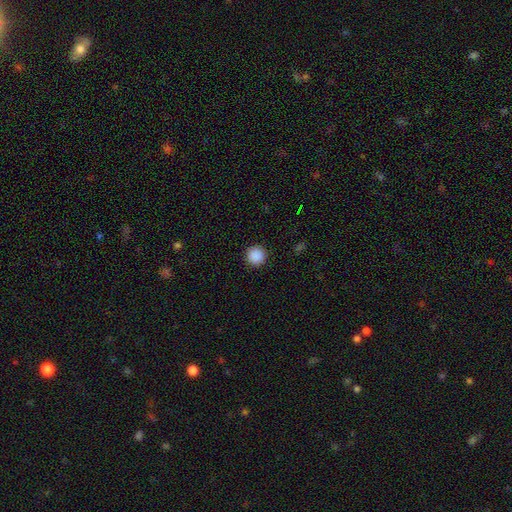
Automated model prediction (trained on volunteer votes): A smooth galaxy with no disk features (89%) that is round (96%). Merging: none (93%).